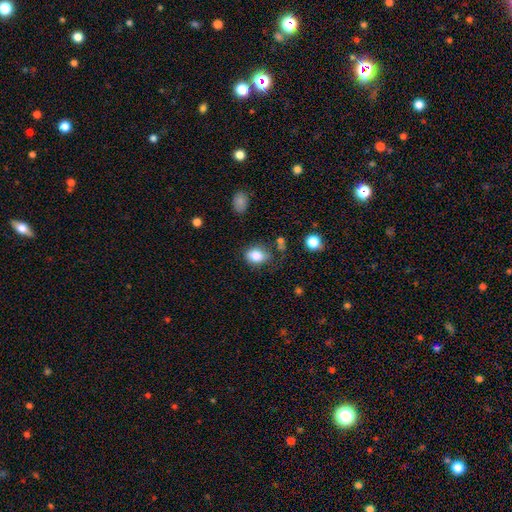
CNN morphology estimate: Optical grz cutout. It shows a smooth galaxy with no disk features (82%) that is in between round and cigar-shaped (62%). Merging: none (66%).